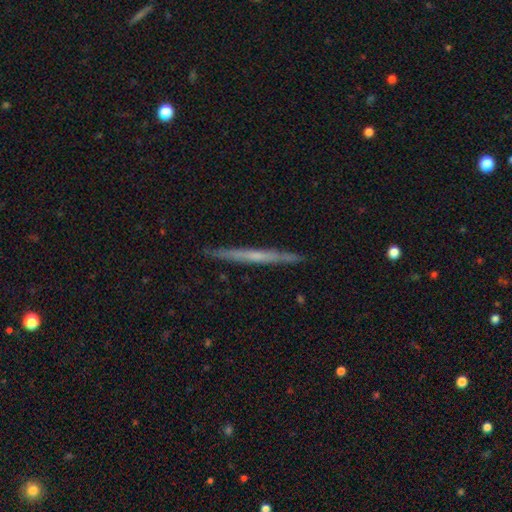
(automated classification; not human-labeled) smooth_or_featured: featured or disk (p=0.57) [alt: smooth p=0.37]
disk_edge_on: yes (p=0.97) [alt: no p=0.03]
edge_on_bulge: none (p=0.79) [alt: rounded p=0.16]
merging: none (p=0.91) [alt: minor disturbance p=0.07]